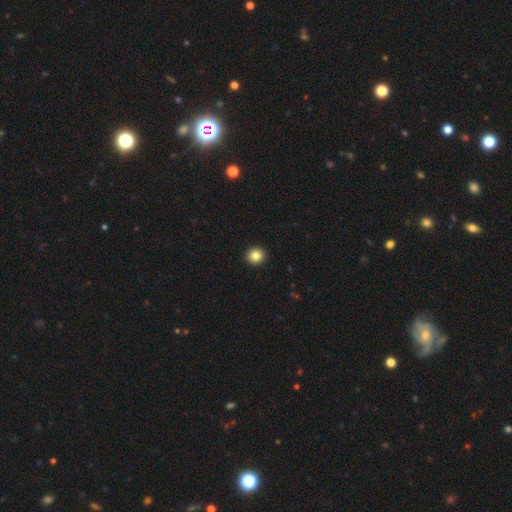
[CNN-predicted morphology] smooth_or_featured: smooth (p=0.85) [alt: star or artifact p=0.10]
how_rounded: round (p=0.87) [alt: in between p=0.12]
merging: none (p=0.94) [alt: minor disturbance p=0.04]